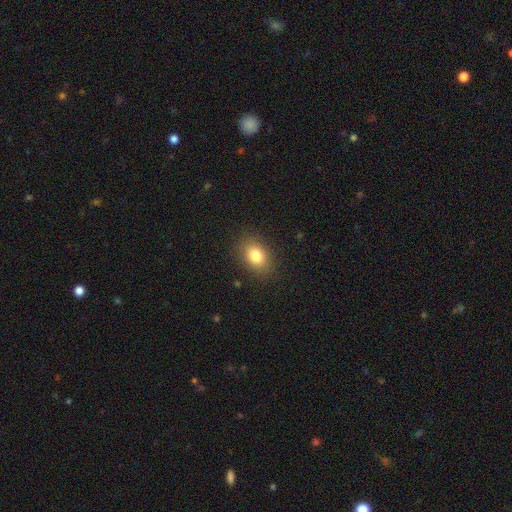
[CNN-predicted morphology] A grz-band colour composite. It shows a smooth galaxy with no disk features (81%) that is in between round and cigar-shaped (73%). Merging: none (87%).